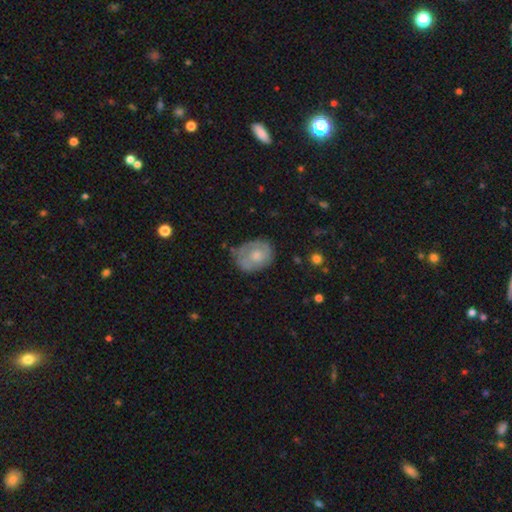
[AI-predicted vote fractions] smooth 49%, featured or disk 45%, star or artifact 7%. Down the decision tree: merging — none (58%).